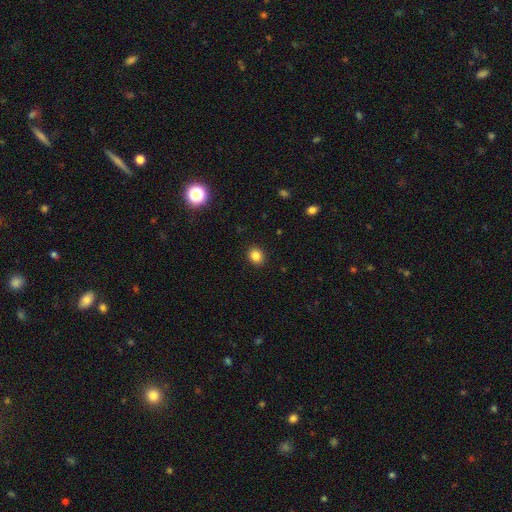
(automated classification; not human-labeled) This is clearly a smooth galaxy (84%). How rounded: likely round (63%). Merging: clearly none (91%).